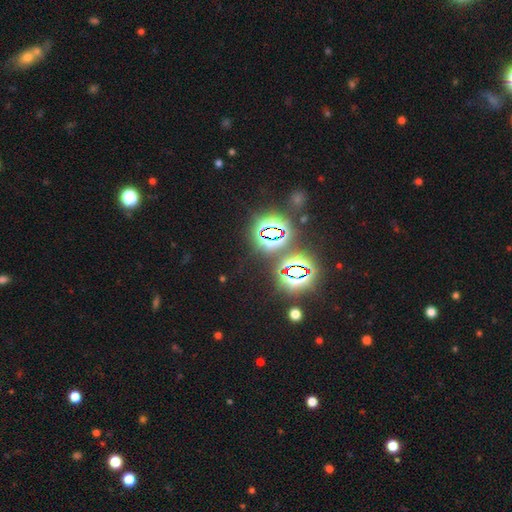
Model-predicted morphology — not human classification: This is clearly a star or artifact rather than a galaxy (81%).